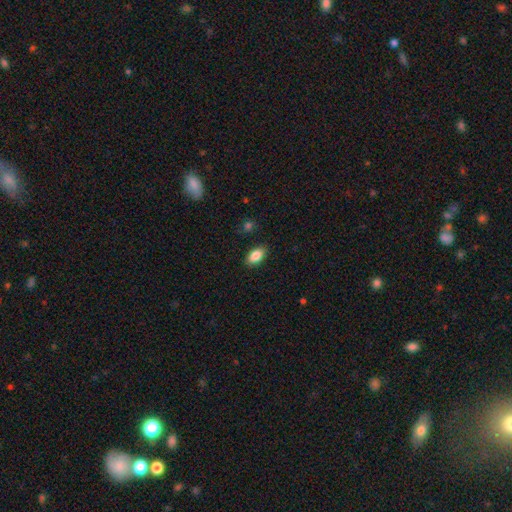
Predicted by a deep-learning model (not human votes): Smooth or featured? Predicted: smooth (p=0.87). How rounded? Predicted: in between (p=0.91). Merging? Predicted: none (p=0.87).